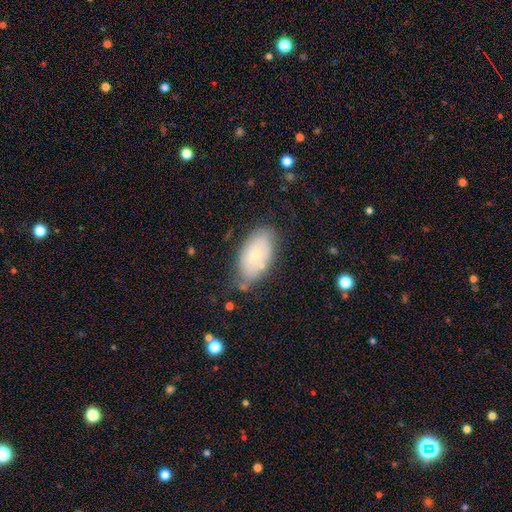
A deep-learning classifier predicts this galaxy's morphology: smooth_or_featured: smooth (p=0.64) [alt: featured or disk p=0.28]
how_rounded: in between (p=0.94) [alt: round p=0.04]
merging: none (p=0.66) [alt: minor disturbance p=0.23]